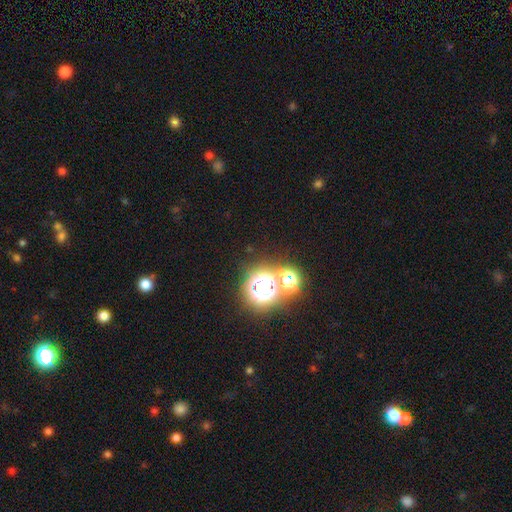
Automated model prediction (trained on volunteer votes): Morphology: type=star or artifact (75%).